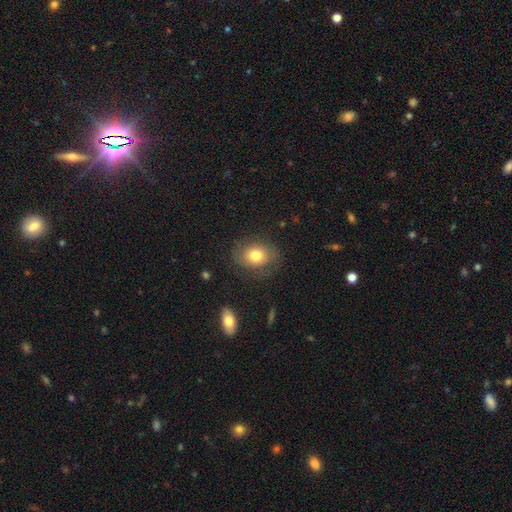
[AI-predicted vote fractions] Morphology: type=smooth (67%); roundness=in between (56%); merging=none (74%).